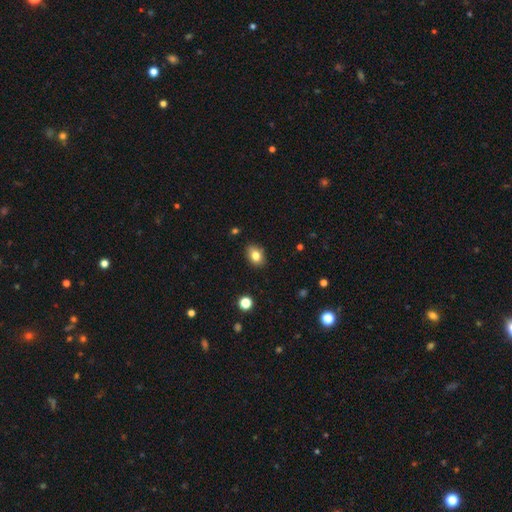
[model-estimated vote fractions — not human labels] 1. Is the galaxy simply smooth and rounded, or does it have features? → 80% smooth, 10% star or artifact, 10% featured or disk.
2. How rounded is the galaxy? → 69% in between, 30% round, 1% cigar-shaped.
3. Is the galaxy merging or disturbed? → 86% none, 11% minor disturbance, 2% major disturbance, 1% merger.